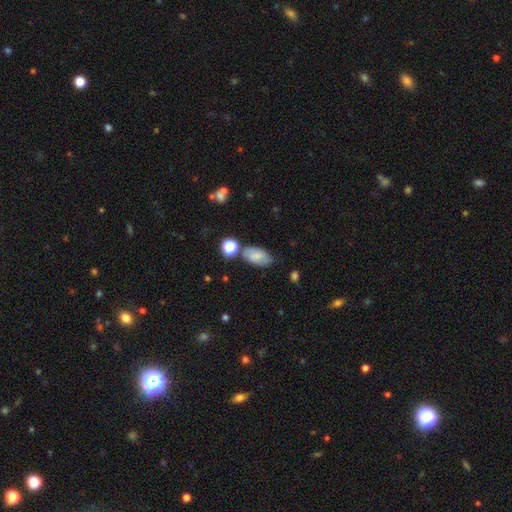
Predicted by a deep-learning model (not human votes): Q: Smooth or featured?
A: smooth (76%); runner-up: featured or disk (15%)
Q: How rounded?
A: in between (92%); runner-up: round (5%)
Q: Merging?
A: none (64%); runner-up: minor disturbance (19%)